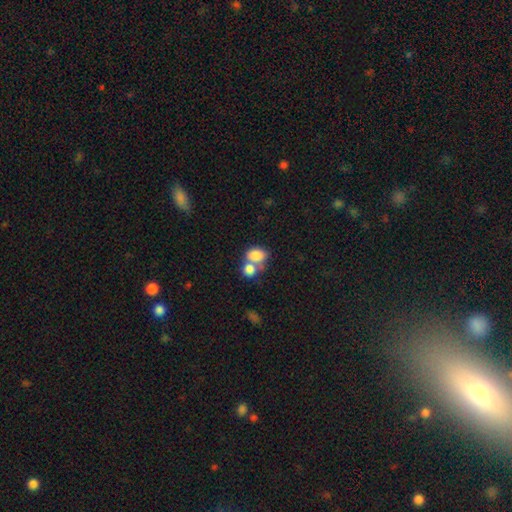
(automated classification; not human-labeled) Smooth or featured? smooth (81%)
How rounded? in between (72%)
Merging? merger (57%)